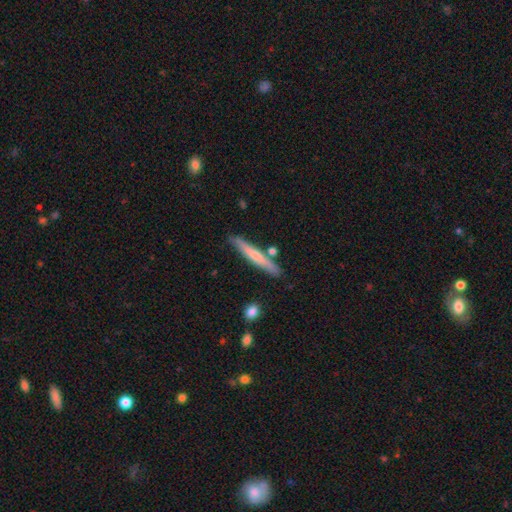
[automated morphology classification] type=smooth (54%); roundness=cigar-shaped (95%); merging=none (83%).